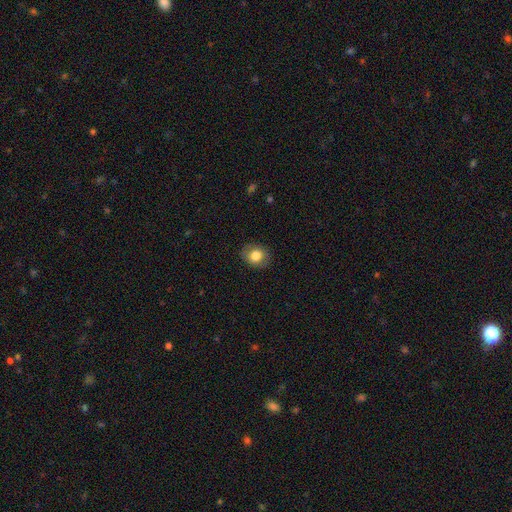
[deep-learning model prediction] Smooth or featured? Predicted: smooth (p=0.77). How rounded? Predicted: round (p=0.58). Merging? Predicted: none (p=0.85).